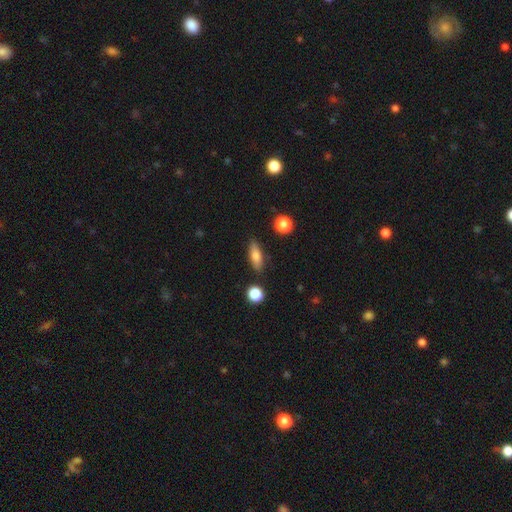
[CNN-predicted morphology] The model was most divided on "how rounded": in between: 61%, cigar-shaped: 34%, round: 5%. More confident: merging — none (83%); smooth or featured — smooth (76%).